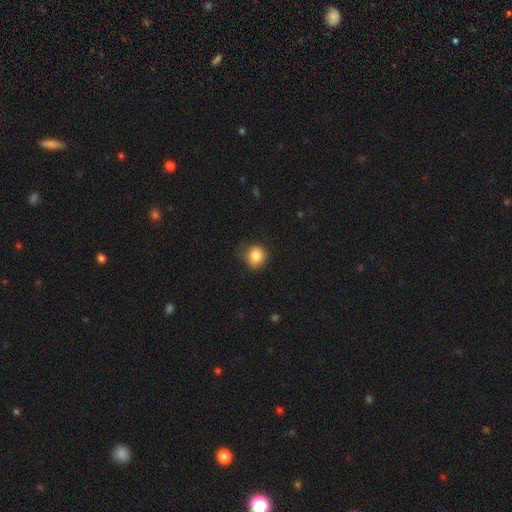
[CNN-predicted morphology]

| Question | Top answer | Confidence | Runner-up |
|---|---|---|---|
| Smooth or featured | smooth | 84% | star or artifact (10%) |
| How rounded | round | 81% | in between (19%) |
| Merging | none | 71% | minor disturbance (23%) |